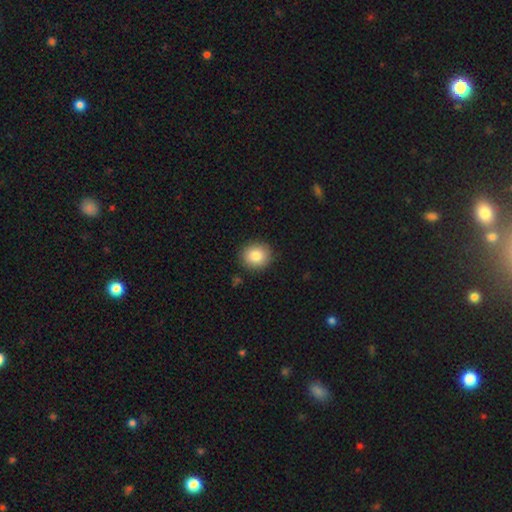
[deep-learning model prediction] Smooth or featured?
  - smooth: 85% *
  - star or artifact: 8%
  - featured or disk: 7%
How rounded?
  - round: 81% *
  - in between: 18%
  - cigar-shaped: 1%
Merging?
  - none: 89% *
  - minor disturbance: 8%
  - major disturbance: 2%
  - merger: 1%